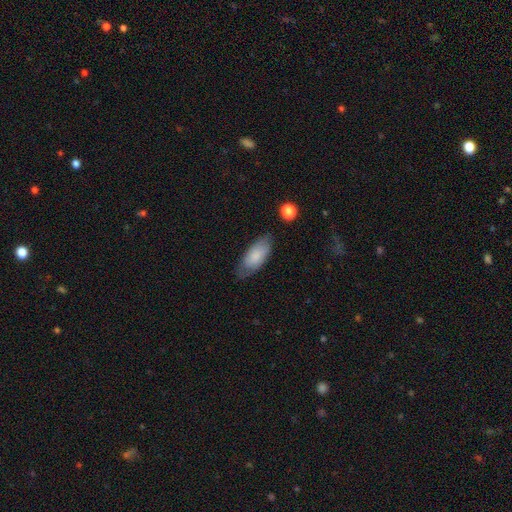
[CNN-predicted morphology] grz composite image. It shows a smooth galaxy with no disk features (80%) that is in between round and cigar-shaped (86%). Merging: none (71%).